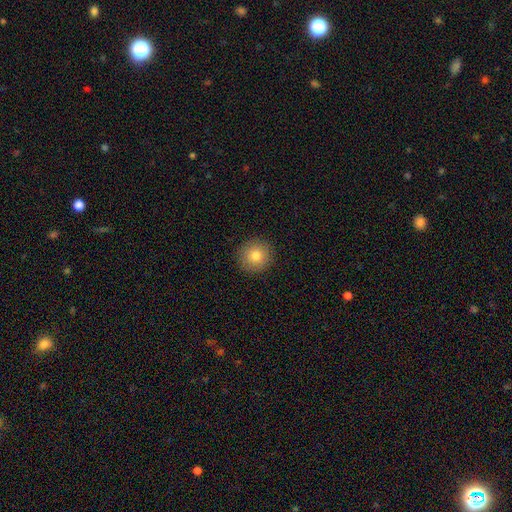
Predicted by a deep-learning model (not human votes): The model was most divided on "smooth or featured": smooth: 80%, star or artifact: 10%, featured or disk: 10%. More confident: how rounded — round (93%); merging — none (91%).